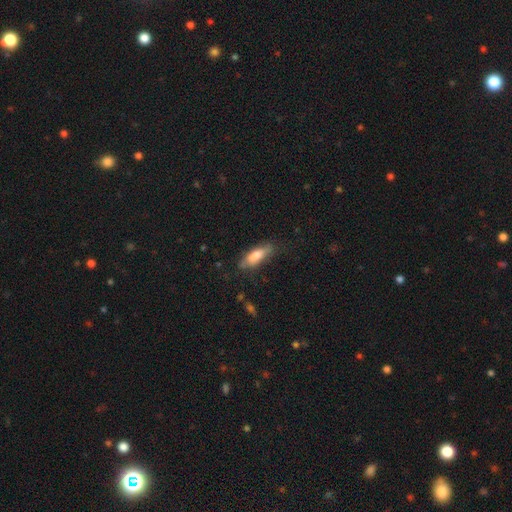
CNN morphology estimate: Smooth or featured: smooth — 74% (featured or disk — 20%)
How rounded: in between — 53% (cigar-shaped — 45%)
Merging: none — 70% (minor disturbance — 22%)